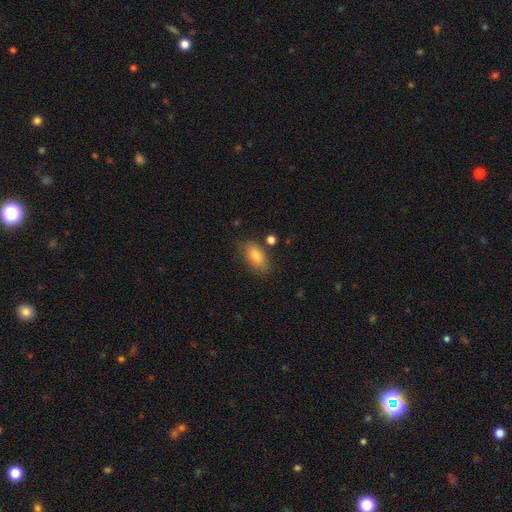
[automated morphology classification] Q: Smooth or featured?
A: smooth (81%); runner-up: featured or disk (11%)
Q: How rounded?
A: in between (90%); runner-up: round (7%)
Q: Merging?
A: none (78%); runner-up: minor disturbance (14%)